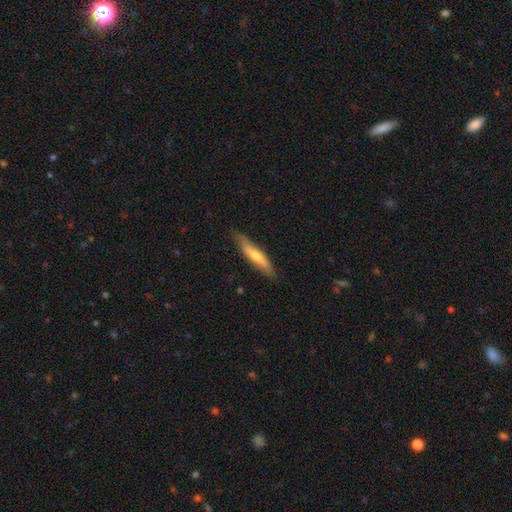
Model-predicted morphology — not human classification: featured or disk 49%, smooth 45%, star or artifact 6%. Down the decision tree: merging — none (83%).